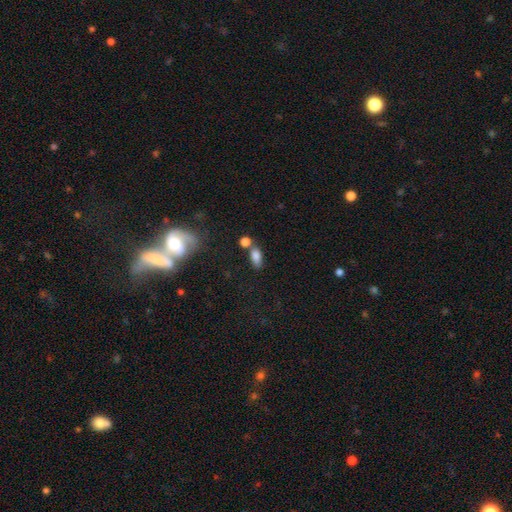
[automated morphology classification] Overall: smooth (80%). How rounded: in between (82%). Merging: none (53%; merger 28%).